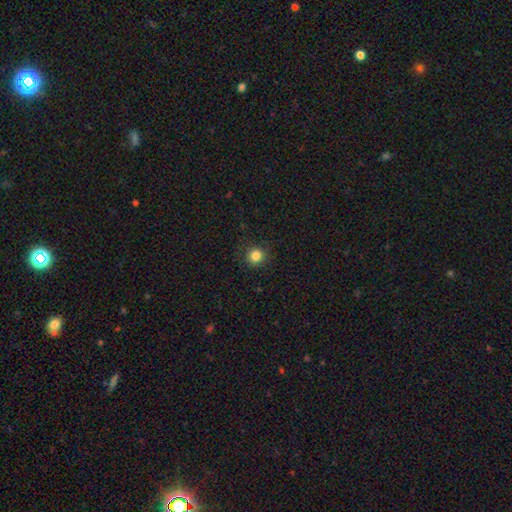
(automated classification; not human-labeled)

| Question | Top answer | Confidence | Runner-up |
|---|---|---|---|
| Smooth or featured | smooth | 84% | star or artifact (12%) |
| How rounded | round | 93% | in between (6%) |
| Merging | none | 90% | minor disturbance (7%) |